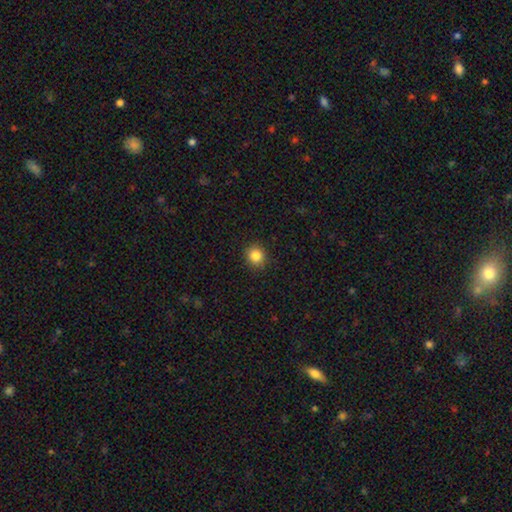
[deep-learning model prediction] Smooth or featured: smooth — 85% (star or artifact — 11%)
How rounded: round — 87% (in between — 12%)
Merging: none — 90% (minor disturbance — 7%)